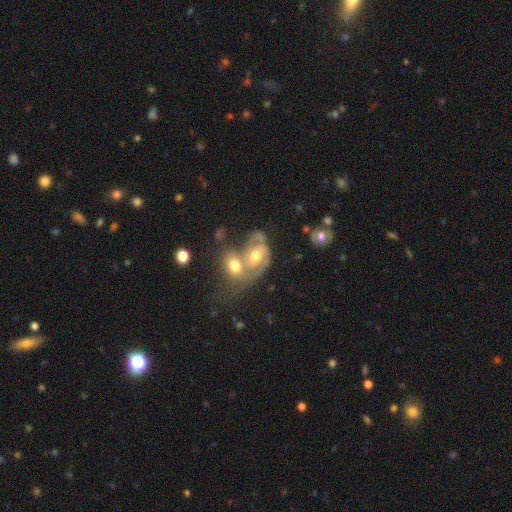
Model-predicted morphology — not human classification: The model was most divided on "spiral winding": medium: 44%, tight: 39%, loose: 17%. More confident: edge-on disk — no (96%); spiral arms — yes (78%); bulge size — moderate (70%); smooth or featured — featured or disk (67%); bar — no (66%); merging — merger (64%); spiral arm count — 2 (61%).